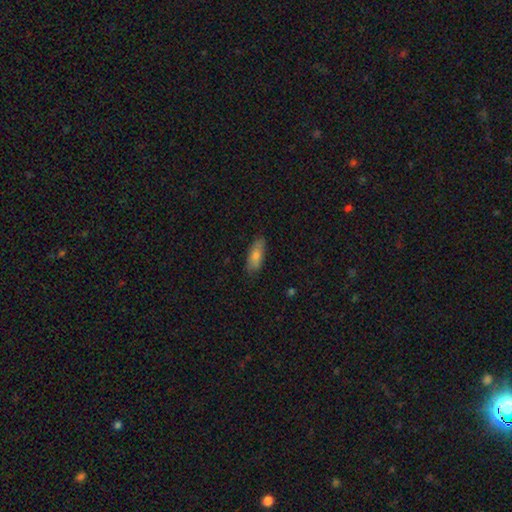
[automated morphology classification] smooth 75%, featured or disk 17%, star or artifact 7%. Down the decision tree: how rounded — in between (65%); merging — none (83%).